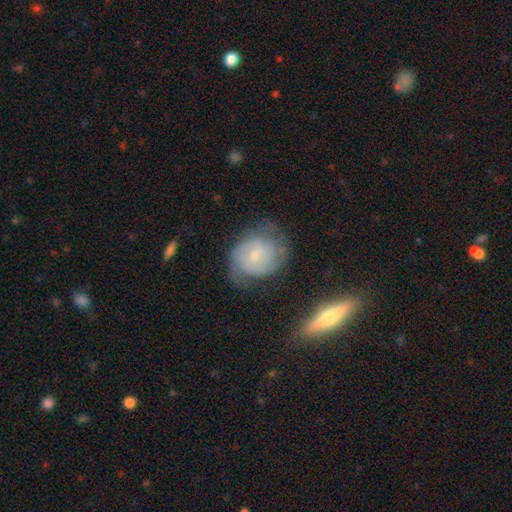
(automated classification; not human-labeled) A featured or disk galaxy (58%) with no bar (63%), spiral arms (85%) and a small central bulge (74%).

Vote fractions:
- Smooth or featured? featured or disk: 58% / smooth: 34% / star or artifact: 8%
- Edge-on disk? no: 96% / yes: 4%
- Bar? no: 63% / weak: 31% / strong: 6%
- Spiral arms? yes: 85% / no: 15%
- Bulge size? small: 74% / moderate: 19% / none: 5% / large: 2% / dominant: 1%
- Merging? none: 58% / minor disturbance: 26% / major disturbance: 13% / merger: 3%